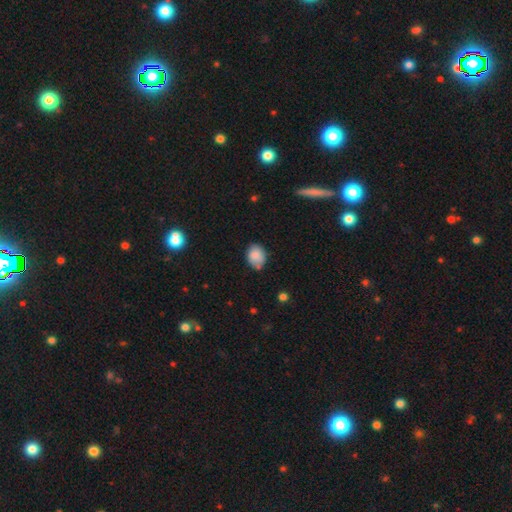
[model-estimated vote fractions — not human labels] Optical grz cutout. It shows a smooth galaxy with no disk features (83%) that is in between round and cigar-shaped (59%). Merging: none (66%).